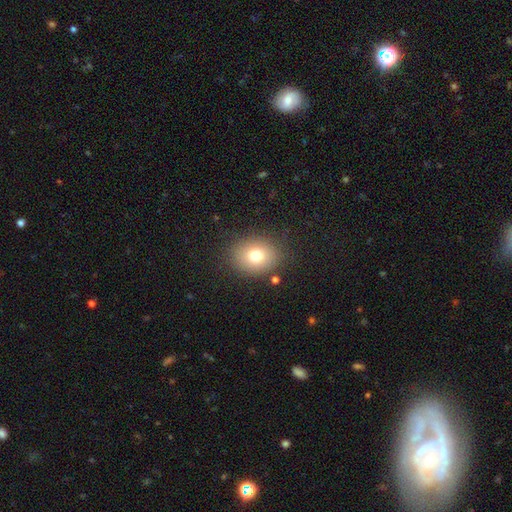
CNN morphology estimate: Q: Smooth or featured?
A: smooth (76%); runner-up: star or artifact (12%)
Q: How rounded?
A: round (54%); runner-up: in between (45%)
Q: Merging?
A: none (85%); runner-up: minor disturbance (10%)